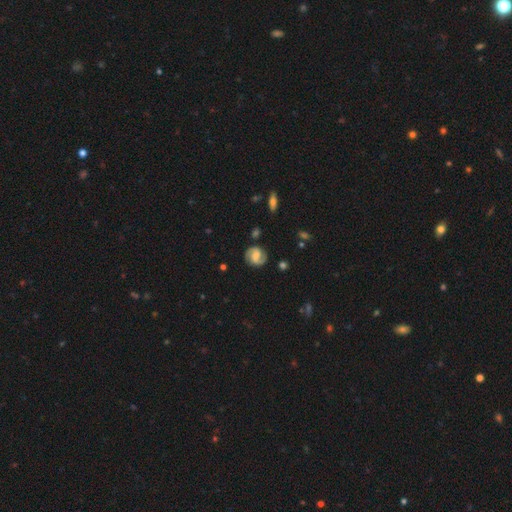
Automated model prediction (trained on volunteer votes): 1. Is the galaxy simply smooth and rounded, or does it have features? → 80% featured or disk, 14% smooth, 6% star or artifact.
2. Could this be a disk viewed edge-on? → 98% no, 2% yes.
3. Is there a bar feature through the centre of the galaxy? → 47% weak, 36% no, 17% strong.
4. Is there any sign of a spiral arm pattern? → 96% yes, 4% no.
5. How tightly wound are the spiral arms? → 51% medium, 31% tight, 18% loose.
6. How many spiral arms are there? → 91% 2, 4% can't tell, 2% 1, 2% 3, 1% 4, 1% more than 4.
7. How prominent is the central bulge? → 39% moderate, 28% small, 21% none, 11% large, 2% dominant.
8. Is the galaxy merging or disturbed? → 82% none, 12% minor disturbance, 4% major disturbance, 2% merger.